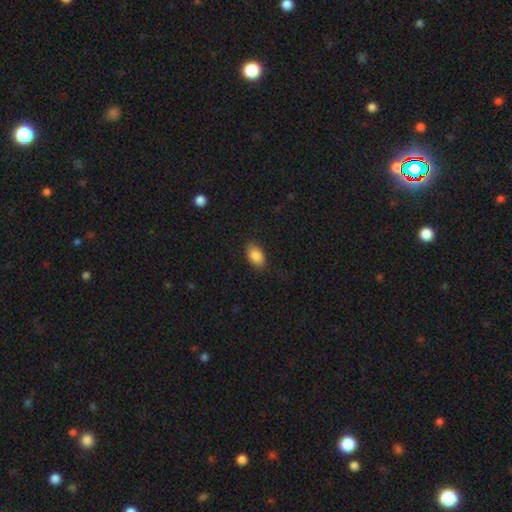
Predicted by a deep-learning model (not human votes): Overall: smooth (88%). How rounded: in between (91%). Merging: none (85%).